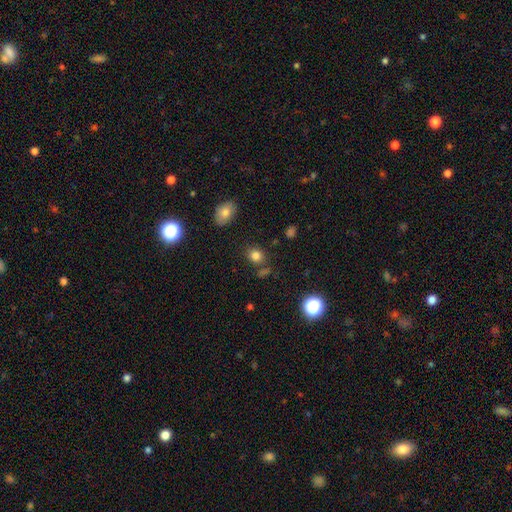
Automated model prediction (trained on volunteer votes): Smooth or featured? smooth (81%)
How rounded? round (66%)
Merging? none (78%)